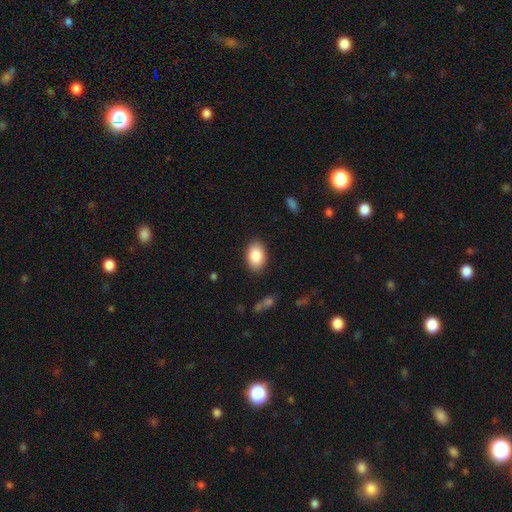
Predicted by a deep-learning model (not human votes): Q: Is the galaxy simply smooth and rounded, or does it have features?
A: smooth — 87%.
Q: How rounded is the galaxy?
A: in between — 86%.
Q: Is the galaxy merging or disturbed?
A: none — 88%.